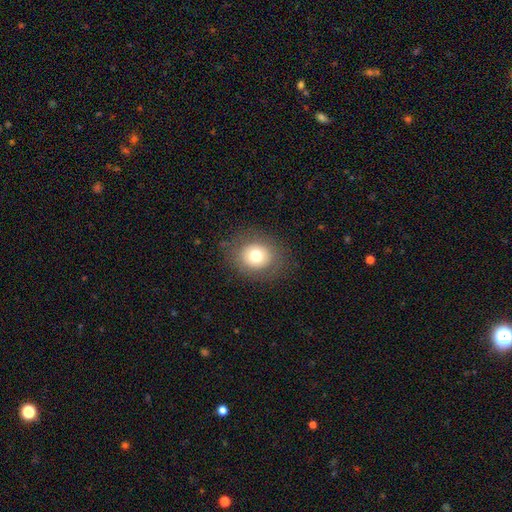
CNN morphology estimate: smooth-or-featured: smooth: 73% | featured or disk: 16% | star or artifact: 11%
  how-rounded: round: 69% | in between: 30% | cigar-shaped: 1%
  merging: none: 84% | minor disturbance: 10% | major disturbance: 5% | merger: 1%